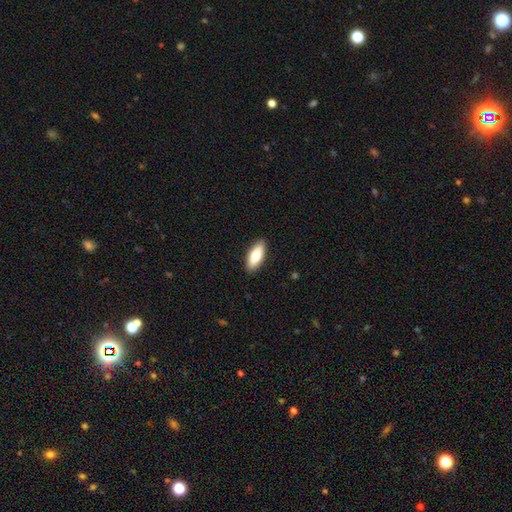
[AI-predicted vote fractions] The model was most divided on "how rounded": in between: 75%, cigar-shaped: 23%, round: 2%. More confident: merging — none (89%); smooth or featured — smooth (79%).